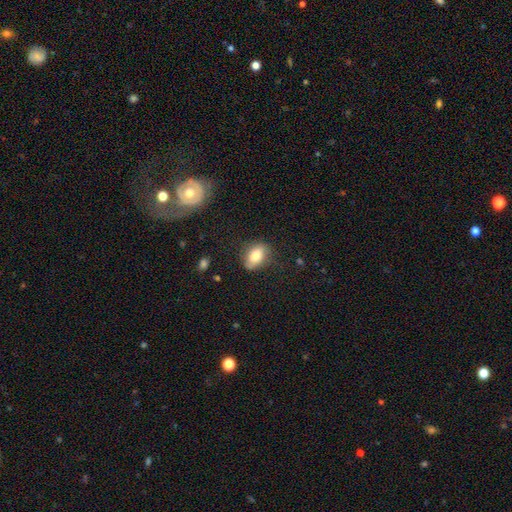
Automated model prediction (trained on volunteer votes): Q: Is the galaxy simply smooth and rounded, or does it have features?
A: smooth — 77%.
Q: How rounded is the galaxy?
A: in between — 83%.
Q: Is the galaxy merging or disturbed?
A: none — 72%.